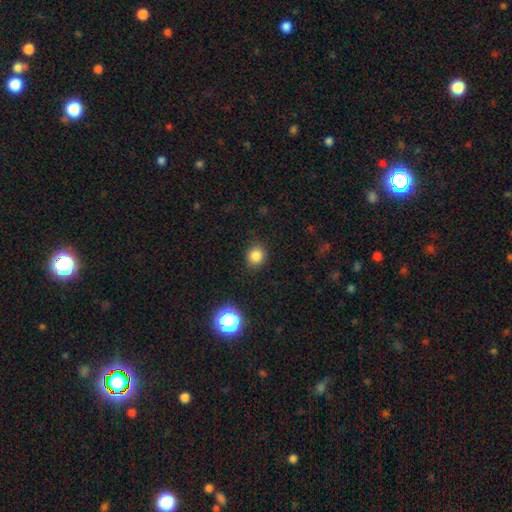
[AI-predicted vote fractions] Morphology: type=smooth (83%); roundness=round (81%); merging=none (87%).